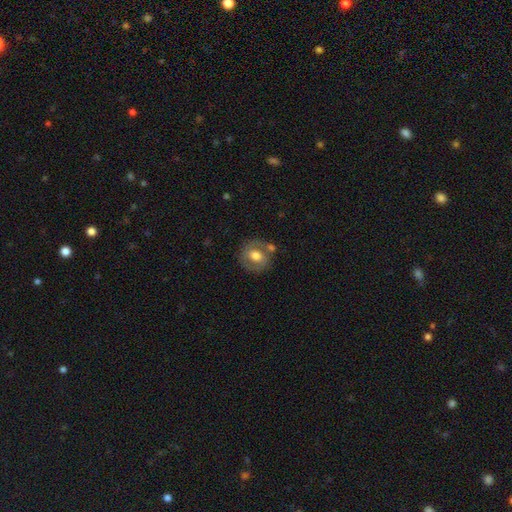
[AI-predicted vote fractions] The model was most divided on "smooth or featured": featured or disk: 48%, smooth: 45%, star or artifact: 7%. More confident: merging — none (67%).